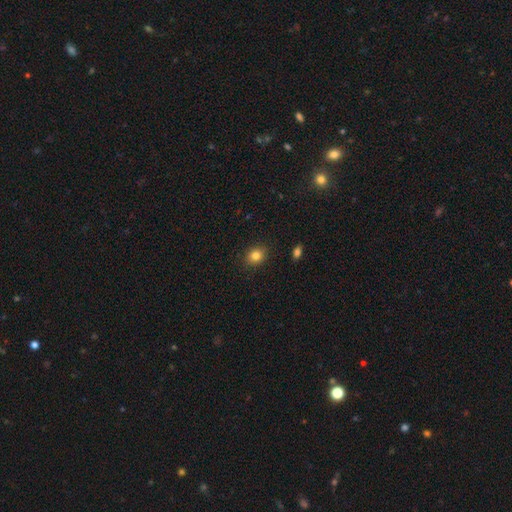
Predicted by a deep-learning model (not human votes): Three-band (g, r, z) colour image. It shows a smooth galaxy with no disk features (83%) that is round (60%). Merging: none (89%).